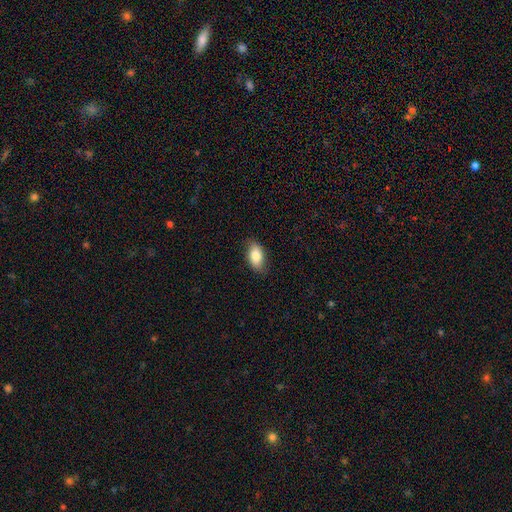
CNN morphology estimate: smooth 82%, featured or disk 11%, star or artifact 7%. Down the decision tree: how rounded — in between (91%); merging — none (83%).